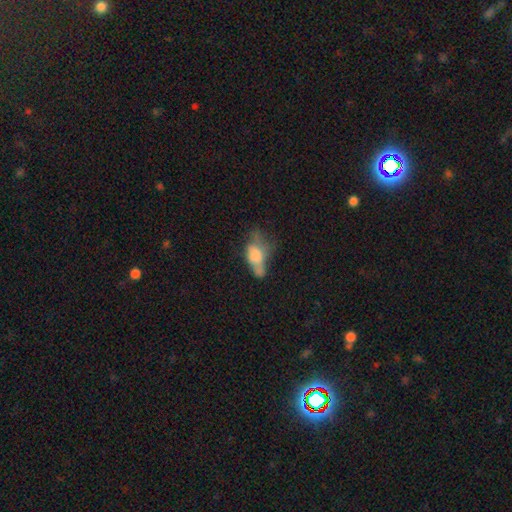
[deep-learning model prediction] The model was most divided on "merging": major disturbance: 38%, minor disturbance: 25%, none: 24%, merger: 14%. More confident: how rounded — in between (80%); smooth or featured — smooth (59%).